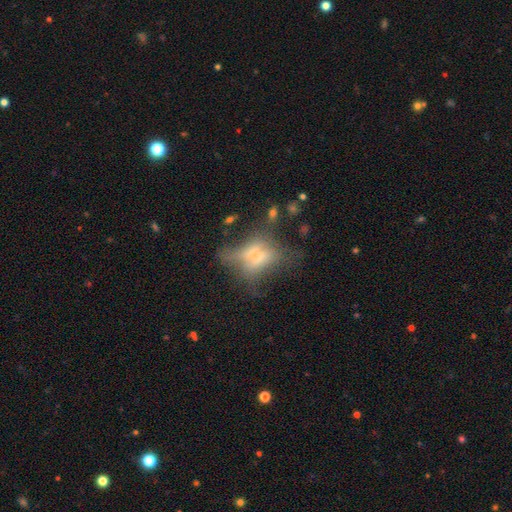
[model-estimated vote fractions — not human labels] Smooth or featured: featured or disk — 44% (smooth — 36%)
Merging: none — 38% (major disturbance — 28%)